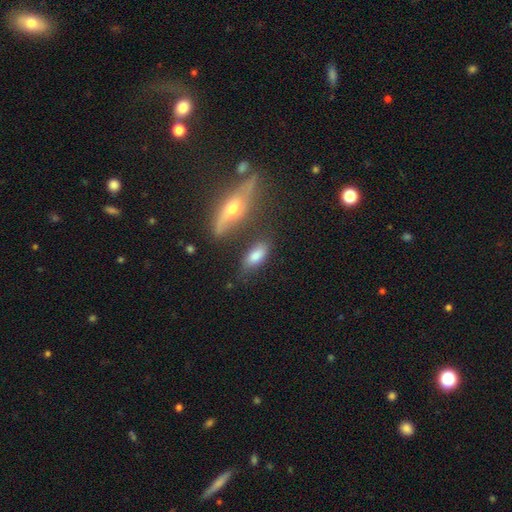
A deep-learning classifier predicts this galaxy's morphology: This is likely a smooth galaxy (76%). How rounded: clearly in between (84%). Merging: likely none (63%).